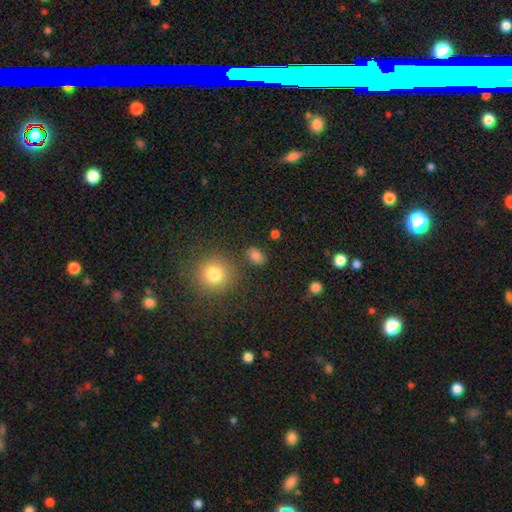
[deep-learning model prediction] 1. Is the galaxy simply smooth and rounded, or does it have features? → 80% smooth, 14% star or artifact, 6% featured or disk.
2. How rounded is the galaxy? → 69% in between, 29% round, 2% cigar-shaped.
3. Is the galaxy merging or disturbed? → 81% none, 11% minor disturbance, 4% major disturbance, 4% merger.